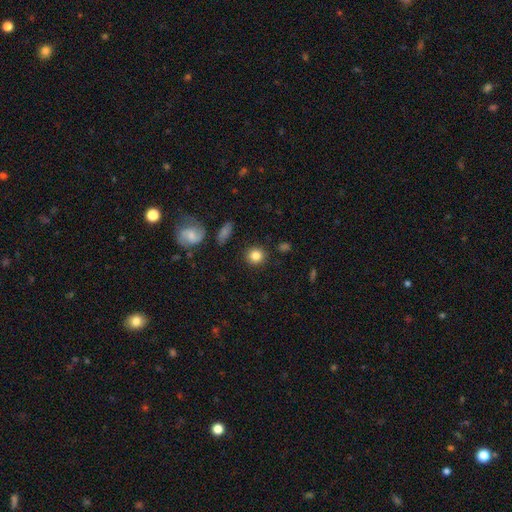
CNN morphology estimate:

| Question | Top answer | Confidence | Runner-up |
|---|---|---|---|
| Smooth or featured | smooth | 83% | star or artifact (9%) |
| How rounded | round | 90% | in between (9%) |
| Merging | none | 89% | minor disturbance (6%) |